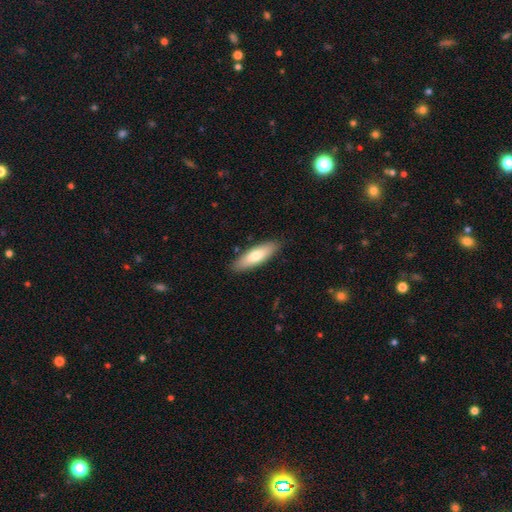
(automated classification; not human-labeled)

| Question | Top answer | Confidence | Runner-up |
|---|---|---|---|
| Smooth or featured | smooth | 72% | featured or disk (22%) |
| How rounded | cigar-shaped | 51% | in between (48%) |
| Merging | none | 87% | minor disturbance (10%) |